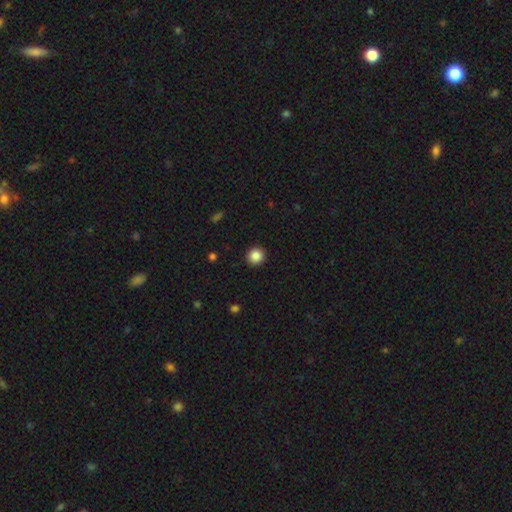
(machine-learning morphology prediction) smooth-or-featured: smooth: 87% | star or artifact: 10% | featured or disk: 4%
  how-rounded: round: 94% | in between: 5% | cigar-shaped: 1%
  merging: none: 93% | minor disturbance: 5% | major disturbance: 2% | merger: 1%